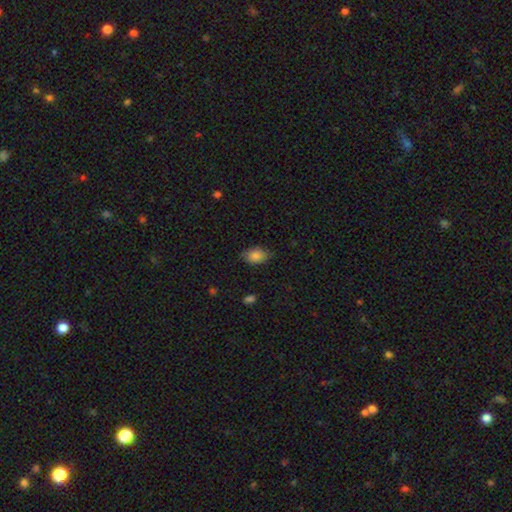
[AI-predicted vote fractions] smooth-or-featured: smooth: 84% | star or artifact: 8% | featured or disk: 8%
  how-rounded: in between: 81% | round: 17% | cigar-shaped: 1%
  merging: none: 74% | minor disturbance: 21% | major disturbance: 4% | merger: 1%